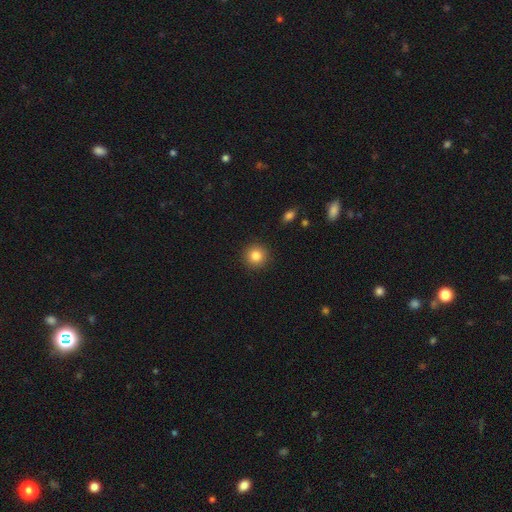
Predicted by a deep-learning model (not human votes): smooth-or-featured: smooth: 84% | star or artifact: 10% | featured or disk: 6%
  how-rounded: round: 94% | in between: 5% | cigar-shaped: 1%
  merging: none: 92% | minor disturbance: 5% | major disturbance: 2% | merger: 1%